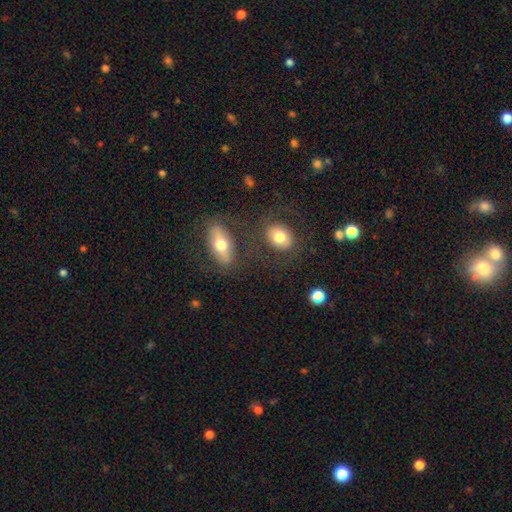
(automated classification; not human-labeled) The model was most divided on "smooth or featured": smooth: 50%, featured or disk: 30%, star or artifact: 19%. More confident: merging — none (73%); how rounded — in between (66%).